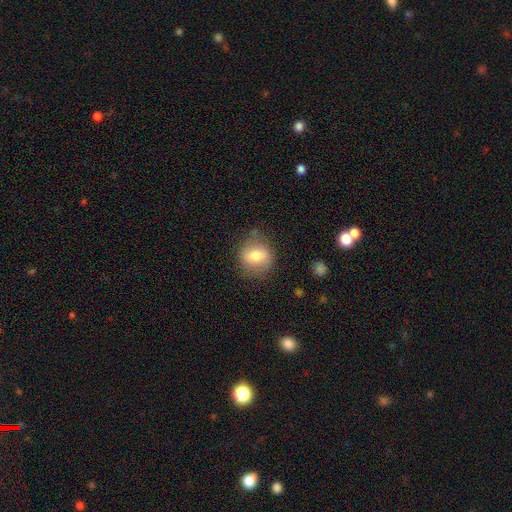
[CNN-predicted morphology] Smooth or featured? Predicted: smooth (p=0.69). How rounded? Predicted: round (p=0.73). Merging? Predicted: none (p=0.76).